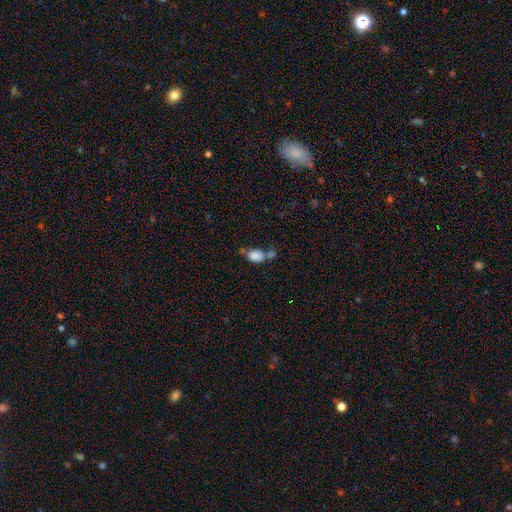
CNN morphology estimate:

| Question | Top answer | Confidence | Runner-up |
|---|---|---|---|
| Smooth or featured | smooth | 84% | star or artifact (9%) |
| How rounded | in between | 84% | round (15%) |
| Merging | none | 39% | merger (37%) |